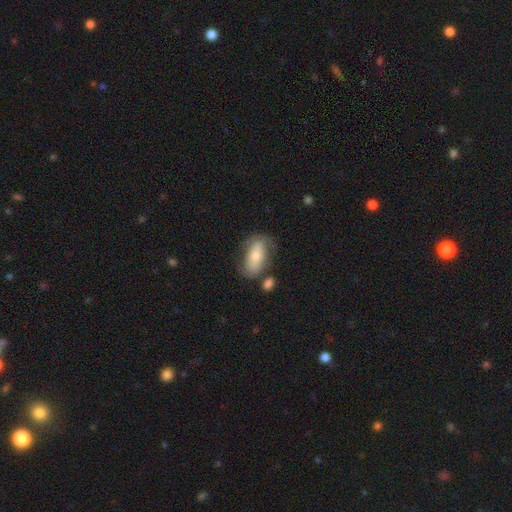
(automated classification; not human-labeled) Smooth or featured: smooth — 55% (featured or disk — 38%)
How rounded: in between — 87% (cigar-shaped — 7%)
Merging: none — 57% (minor disturbance — 22%)